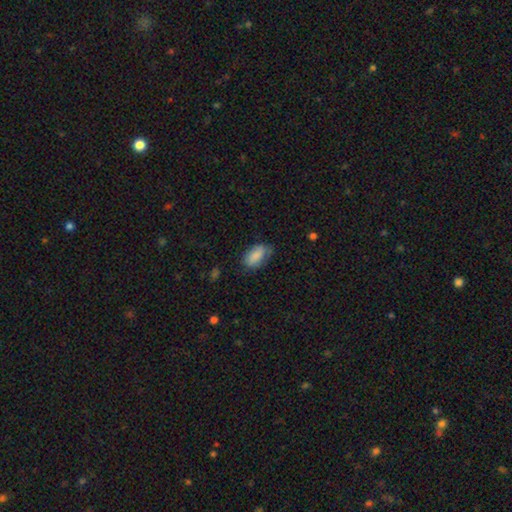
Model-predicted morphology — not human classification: type=smooth (85%); roundness=in between (92%); merging=none (69%).